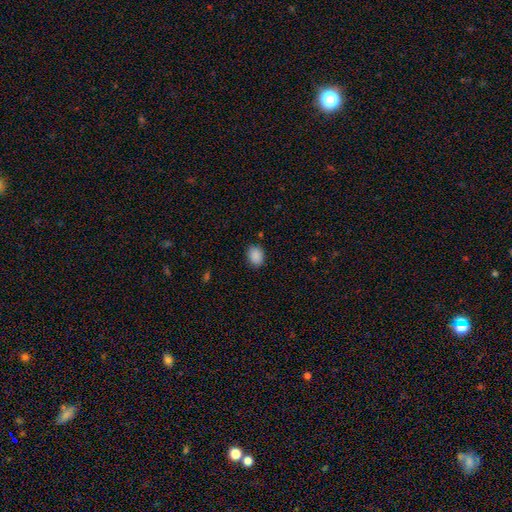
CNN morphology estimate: Smooth or featured: smooth — 89% (star or artifact — 8%)
How rounded: in between — 61% (round — 38%)
Merging: none — 84% (minor disturbance — 12%)